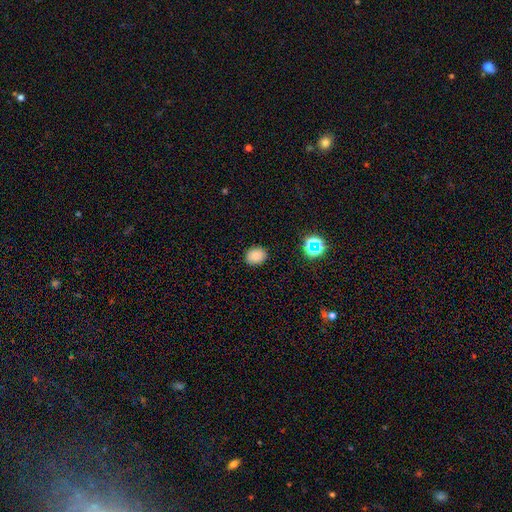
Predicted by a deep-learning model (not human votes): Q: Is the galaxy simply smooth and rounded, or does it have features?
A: smooth — 80%.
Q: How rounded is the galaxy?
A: round — 51%.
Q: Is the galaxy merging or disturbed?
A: none — 87%.